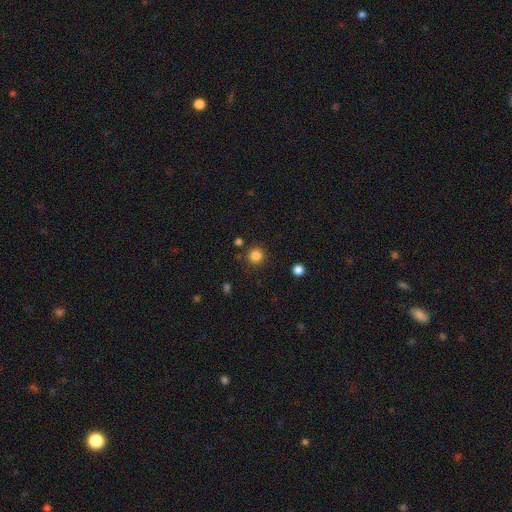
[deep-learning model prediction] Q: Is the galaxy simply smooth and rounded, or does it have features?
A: smooth — 84%.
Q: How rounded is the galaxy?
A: round — 94%.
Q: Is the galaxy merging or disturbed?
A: none — 87%.